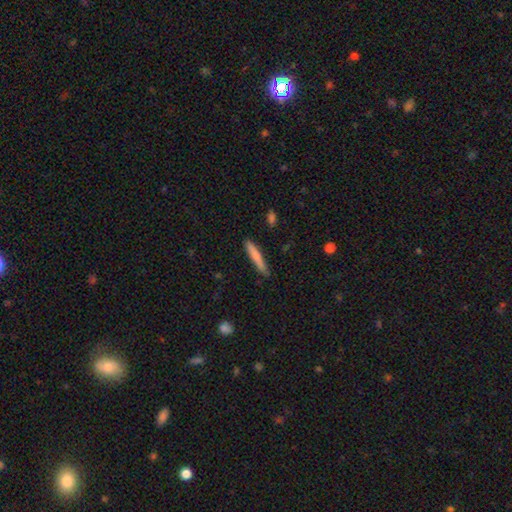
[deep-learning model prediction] Morphology: type=smooth (76%); roundness=cigar-shaped (94%); merging=none (86%).